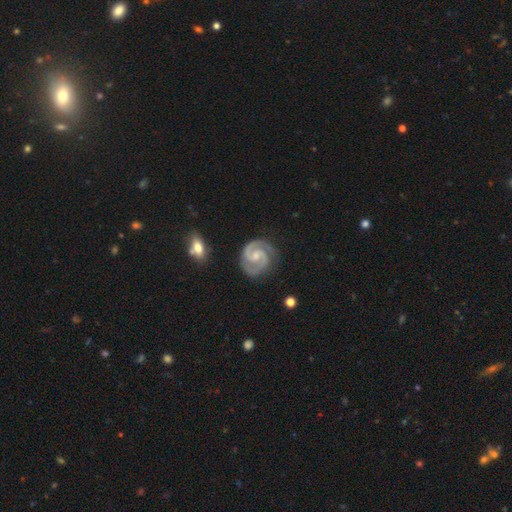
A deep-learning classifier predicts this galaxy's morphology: featured or disk 93%, smooth 4%, star or artifact 4%. Down the decision tree: edge-on disk — no (98%); bar — weak (45%); spiral arms — yes (99%); spiral arm count — 2 (93%); spiral winding — medium (48%); bulge size — small (49%); merging — none (81%).